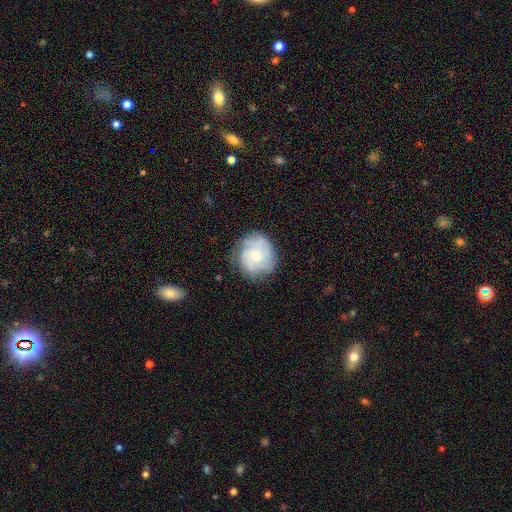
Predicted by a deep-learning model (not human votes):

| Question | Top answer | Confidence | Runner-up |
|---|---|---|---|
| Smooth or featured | featured or disk | 58% | smooth (35%) |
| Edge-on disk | no | 97% | yes (3%) |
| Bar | no | 79% | weak (18%) |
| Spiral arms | yes | 81% | no (19%) |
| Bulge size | small | 53% | moderate (43%) |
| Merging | none | 73% | minor disturbance (19%) |